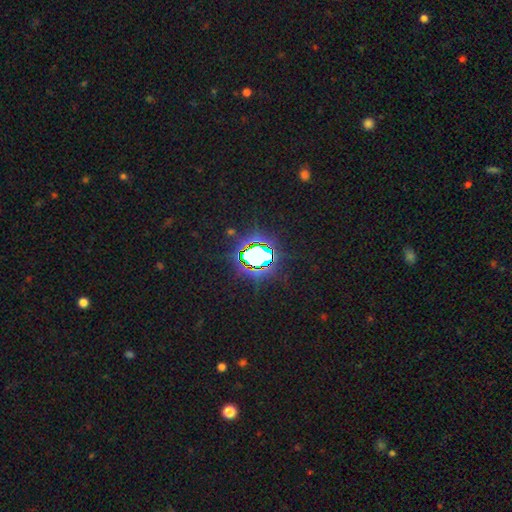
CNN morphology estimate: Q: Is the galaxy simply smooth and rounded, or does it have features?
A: star or artifact — 73%.